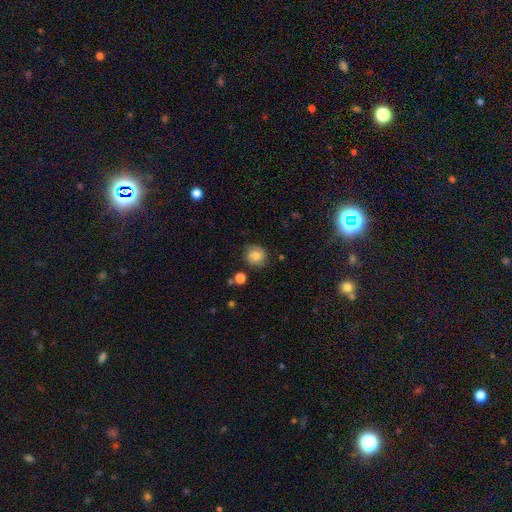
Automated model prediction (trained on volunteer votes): Q: Smooth or featured?
A: smooth (80%); runner-up: featured or disk (11%)
Q: How rounded?
A: round (87%); runner-up: in between (12%)
Q: Merging?
A: none (79%); runner-up: minor disturbance (15%)